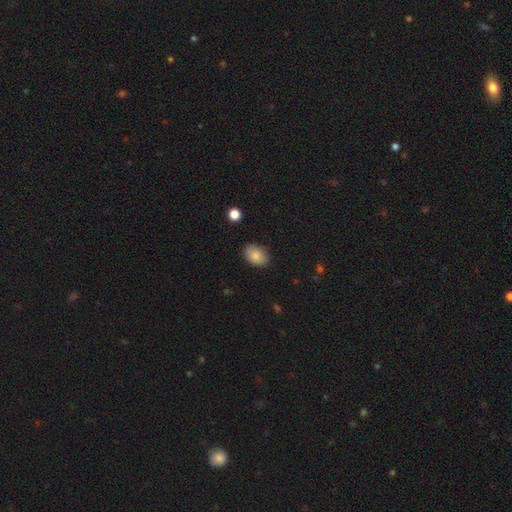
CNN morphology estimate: This is clearly a smooth galaxy (85%). How rounded: clearly in between (82%). Merging: clearly none (86%).